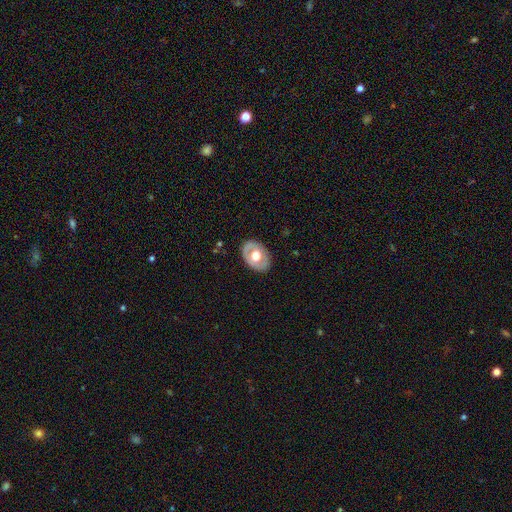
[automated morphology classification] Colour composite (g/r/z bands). It shows a smooth galaxy with no disk features (48%). Merging: none (83%).